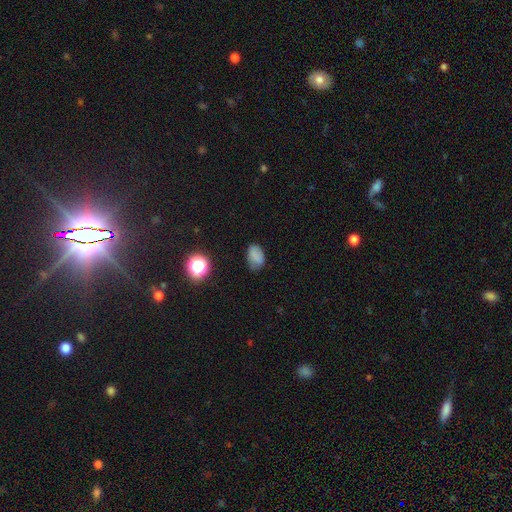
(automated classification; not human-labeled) Overall: smooth (77%). How rounded: in between (81%). Merging: none (67%).